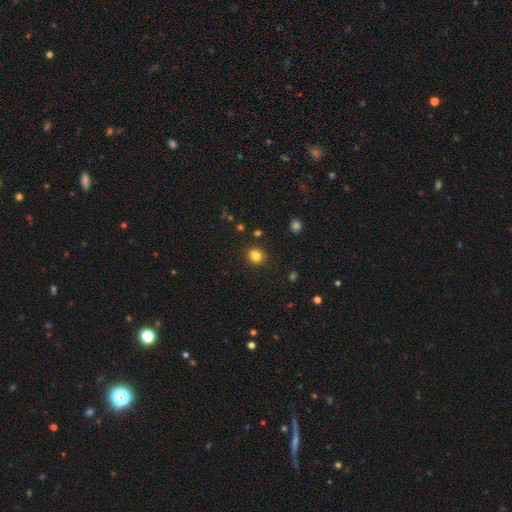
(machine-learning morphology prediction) The model was most divided on "how rounded": round: 67%, in between: 32%, cigar-shaped: 1%. More confident: smooth or featured — smooth (83%); merging — none (82%).